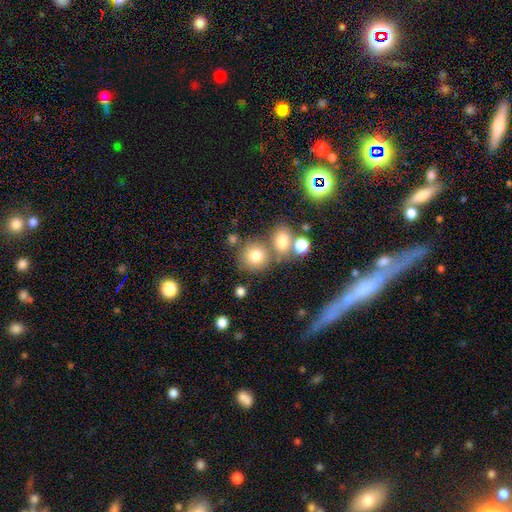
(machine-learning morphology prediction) Smooth or featured? smooth (77%)
How rounded? round (84%)
Merging? none (60%)